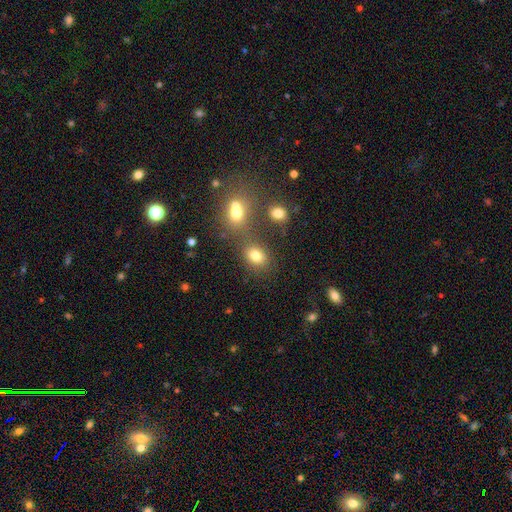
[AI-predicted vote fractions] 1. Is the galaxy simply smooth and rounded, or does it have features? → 77% smooth, 15% star or artifact, 8% featured or disk.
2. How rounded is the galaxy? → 57% in between, 41% round, 1% cigar-shaped.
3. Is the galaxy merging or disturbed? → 65% none, 18% merger, 12% minor disturbance, 5% major disturbance.